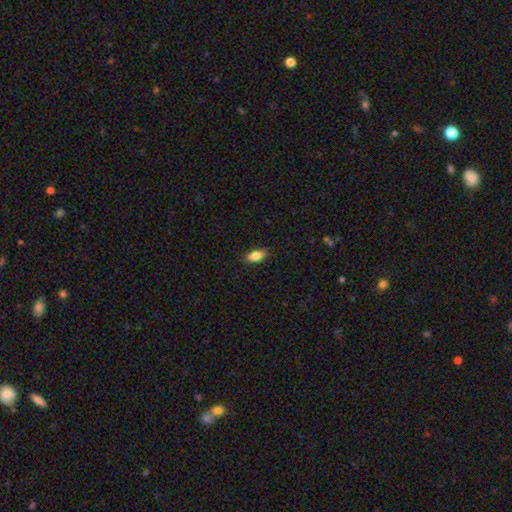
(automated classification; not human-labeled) Overall: smooth (80%). How rounded: in between (85%). Merging: none (86%).